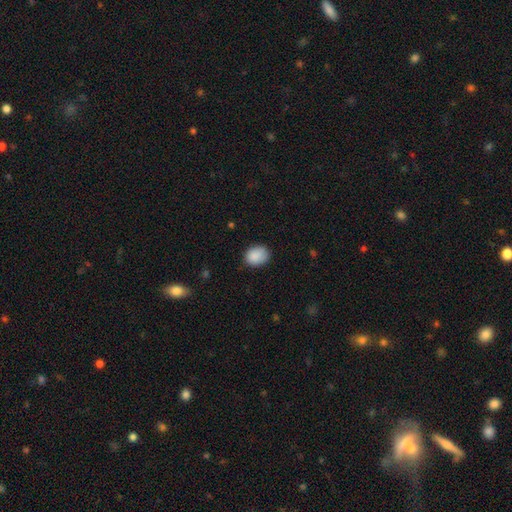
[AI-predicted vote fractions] This appears to be a smooth galaxy with no disk features (88%) that is in between round and cigar-shaped (58%). Merging: none (76%).